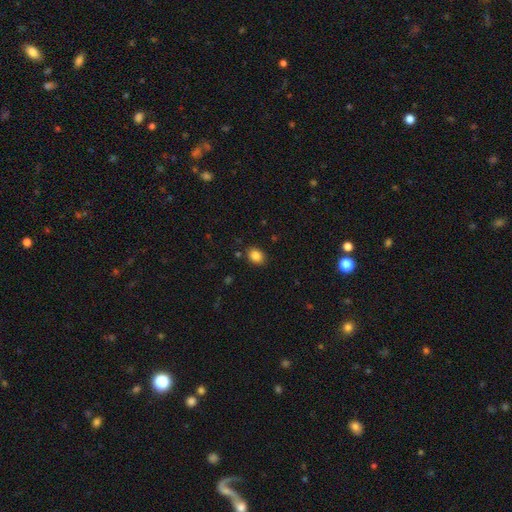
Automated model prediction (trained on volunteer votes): This appears to be a smooth galaxy with no disk features (85%) that is in between round and cigar-shaped (56%). Merging: none (86%).